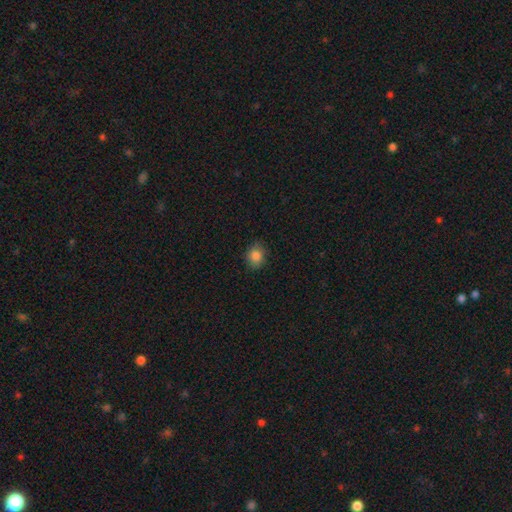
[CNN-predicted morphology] type=smooth (84%); roundness=round (56%); merging=none (84%).